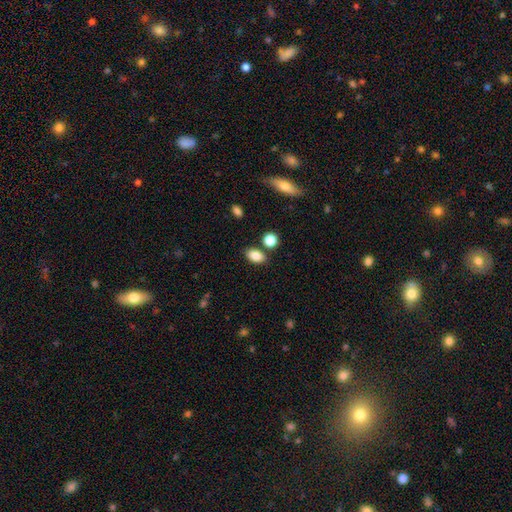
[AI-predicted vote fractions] Smooth or featured?
  - smooth: 85% *
  - star or artifact: 9%
  - featured or disk: 6%
How rounded?
  - in between: 86% *
  - round: 12%
  - cigar-shaped: 2%
Merging?
  - none: 78% *
  - minor disturbance: 10%
  - merger: 8%
  - major disturbance: 3%